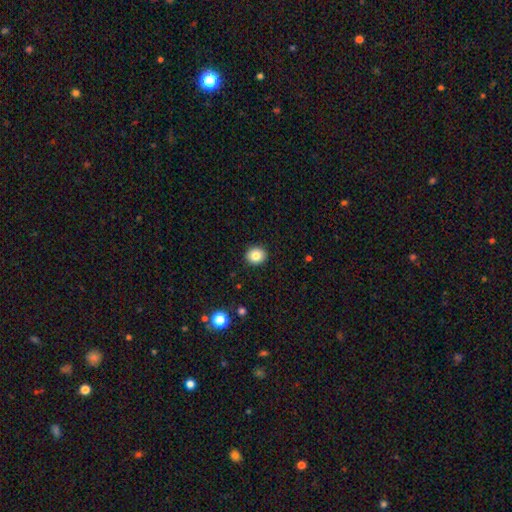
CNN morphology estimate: Smooth or featured? Predicted: smooth (p=0.83). How rounded? Predicted: round (p=0.80). Merging? Predicted: none (p=0.92).